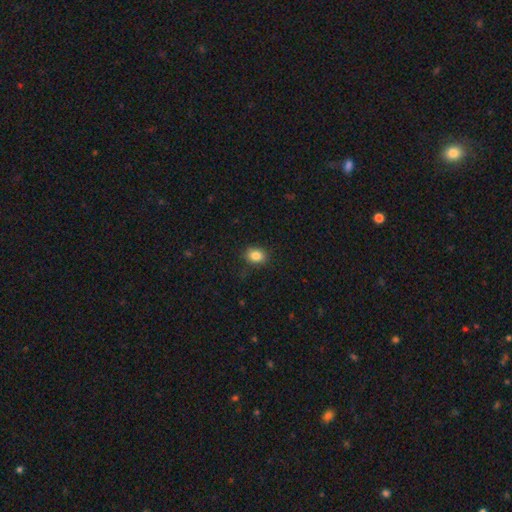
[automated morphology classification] smooth 85%, star or artifact 10%, featured or disk 5%. Down the decision tree: how rounded — in between (61%); merging — none (84%).